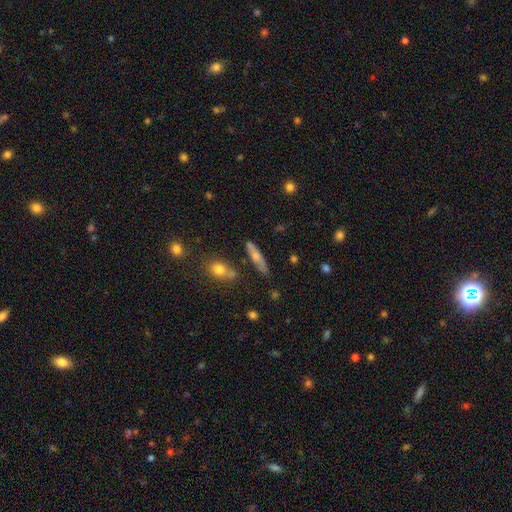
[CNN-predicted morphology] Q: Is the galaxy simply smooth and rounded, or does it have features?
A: smooth — 58%.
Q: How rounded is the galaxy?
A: cigar-shaped — 78%.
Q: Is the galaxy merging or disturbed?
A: none — 74%.